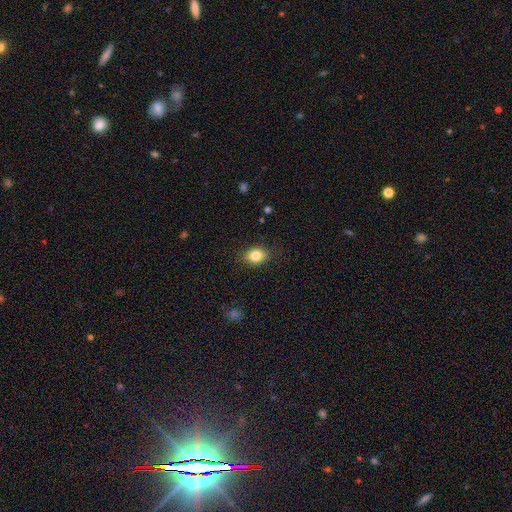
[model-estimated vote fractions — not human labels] smooth-or-featured: smooth: 84% | star or artifact: 9% | featured or disk: 7%
  how-rounded: in between: 60% | round: 39% | cigar-shaped: 1%
  merging: none: 86% | minor disturbance: 11% | major disturbance: 3% | merger: 1%